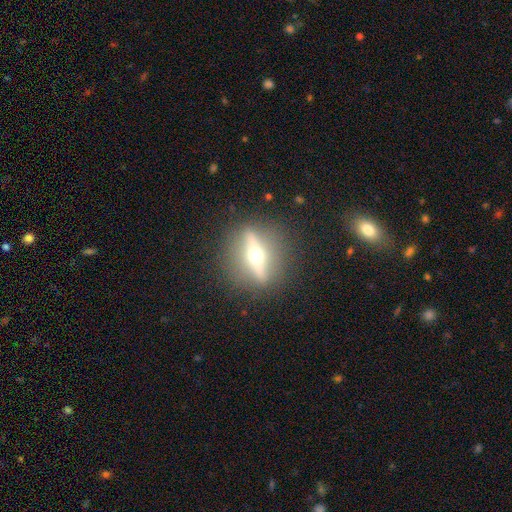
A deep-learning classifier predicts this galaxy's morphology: featured or disk 77%, smooth 15%, star or artifact 8%. Down the decision tree: edge-on disk — yes (78%); edge-on bulge — rounded (96%); merging — none (86%).